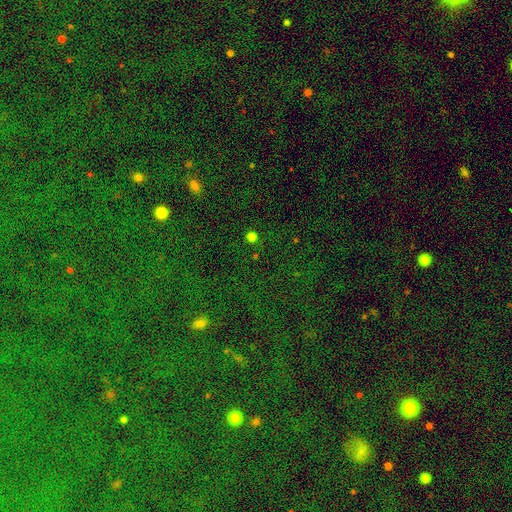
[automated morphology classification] Smooth or featured?
  - star or artifact: 68% *
  - smooth: 25%
  - featured or disk: 7%